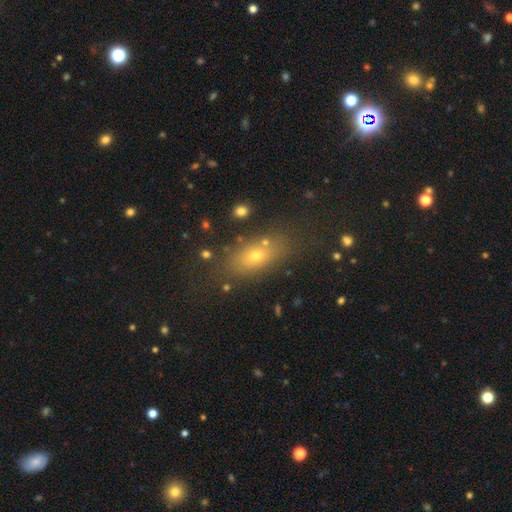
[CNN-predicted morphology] smooth_or_featured: smooth (p=0.66) [alt: featured or disk p=0.18]
how_rounded: in between (p=0.71) [alt: round p=0.16]
merging: none (p=0.75) [alt: minor disturbance p=0.13]